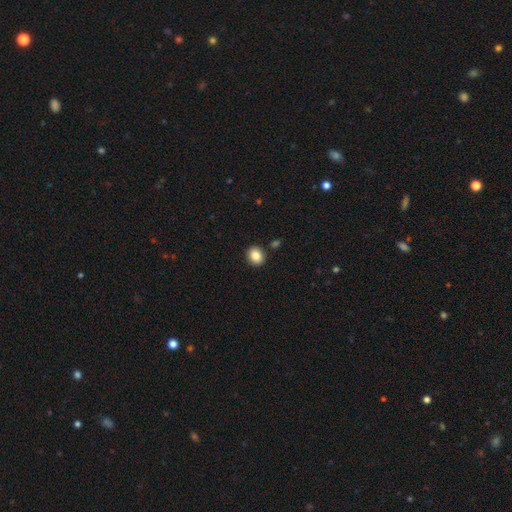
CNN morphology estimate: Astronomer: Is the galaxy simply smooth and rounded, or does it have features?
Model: smooth — 86%.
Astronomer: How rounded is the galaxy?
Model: round — 72%.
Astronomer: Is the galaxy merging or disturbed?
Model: none — 90%.